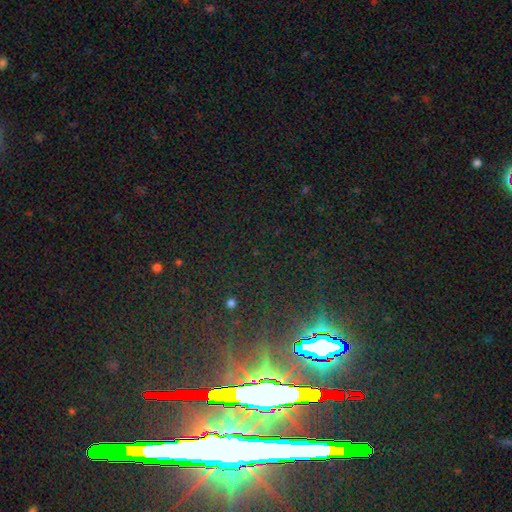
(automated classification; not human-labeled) Q: Smooth or featured?
A: star or artifact (79%); runner-up: featured or disk (11%)